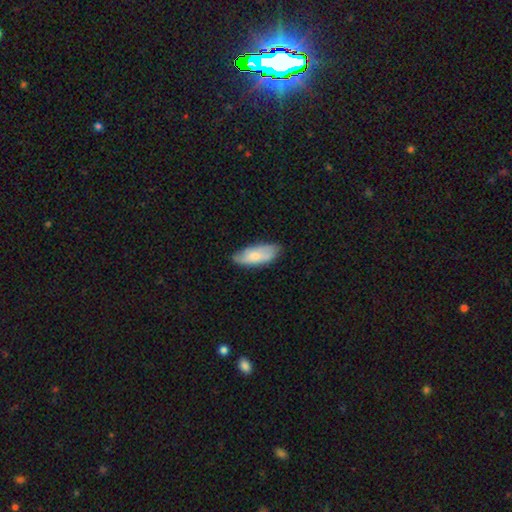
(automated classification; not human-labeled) smooth-or-featured: smooth: 70% | featured or disk: 24% | star or artifact: 6%
  how-rounded: in between: 81% | cigar-shaped: 18% | round: 2%
  merging: none: 70% | minor disturbance: 24% | major disturbance: 4% | merger: 1%